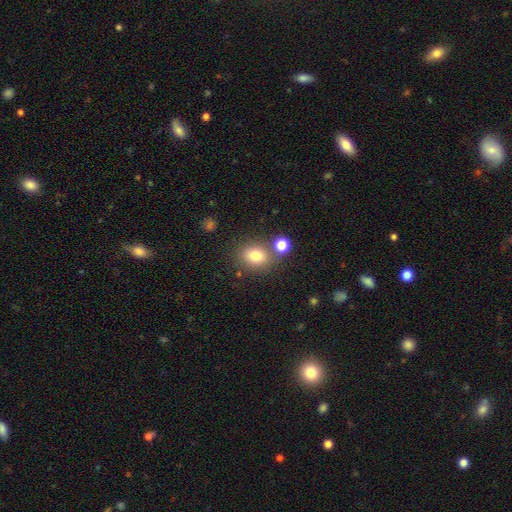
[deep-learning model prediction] Overall: smooth (78%). How rounded: round (52%; in between 47%). Merging: none (69%).